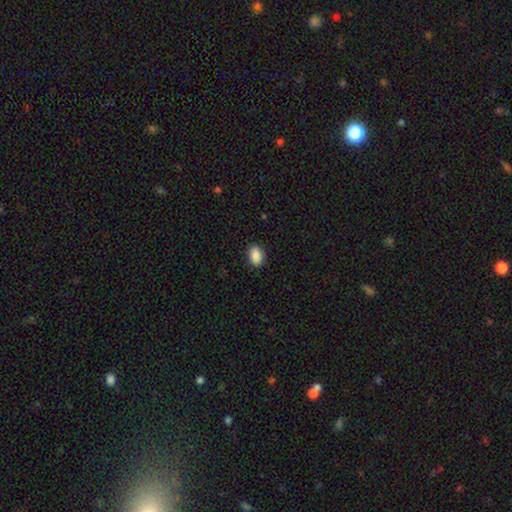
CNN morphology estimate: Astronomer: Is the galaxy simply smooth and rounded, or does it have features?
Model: smooth — 89%.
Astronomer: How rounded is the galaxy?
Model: in between — 86%.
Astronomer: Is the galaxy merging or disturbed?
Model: none — 89%.